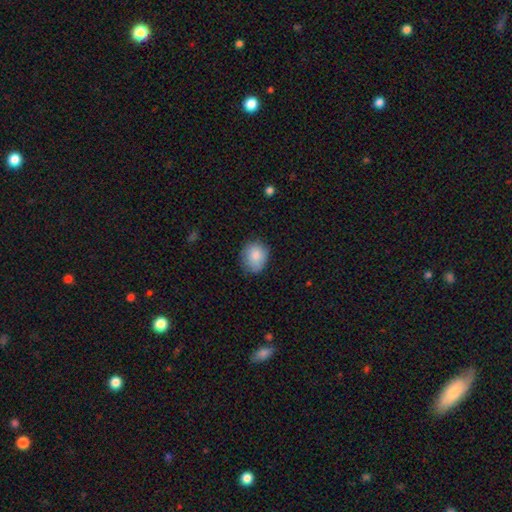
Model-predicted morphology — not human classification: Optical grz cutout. It shows a smooth galaxy with no disk features (86%) that is round (65%). Merging: none (74%).